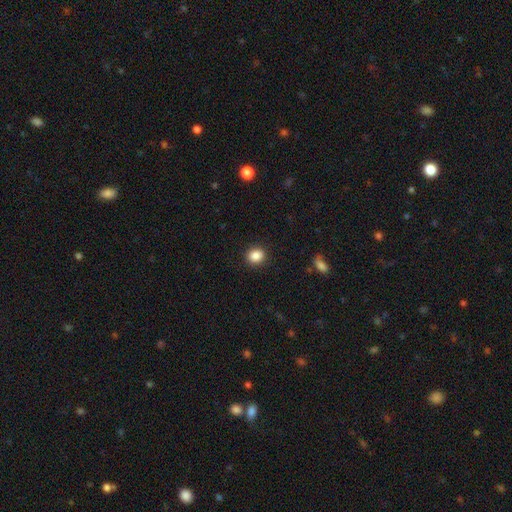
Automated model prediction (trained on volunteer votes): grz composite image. It shows a smooth galaxy with no disk features (87%) that is round (69%). Merging: none (90%).